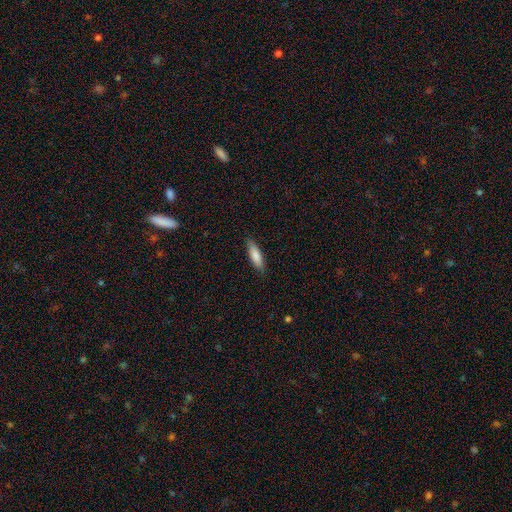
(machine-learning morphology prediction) smooth_or_featured: smooth (p=0.82) [alt: featured or disk p=0.12]
how_rounded: cigar-shaped (p=0.60) [alt: in between p=0.39]
merging: none (p=0.86) [alt: minor disturbance p=0.11]